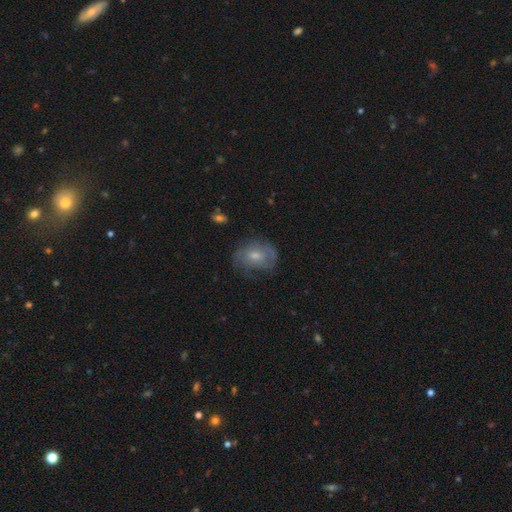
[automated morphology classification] type=smooth (53%); roundness=in between (58%); merging=none (56%).